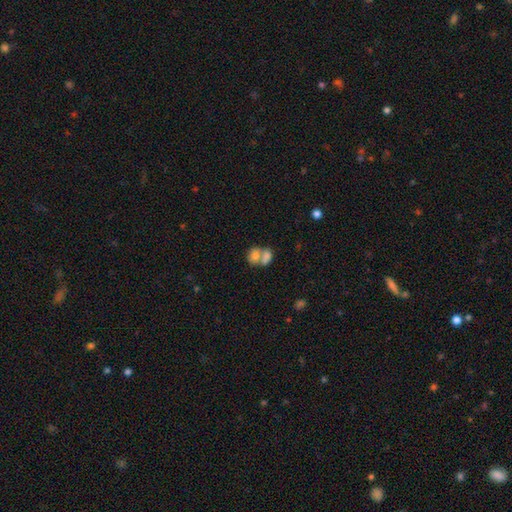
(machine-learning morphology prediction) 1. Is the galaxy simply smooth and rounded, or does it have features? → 73% smooth, 19% featured or disk, 9% star or artifact.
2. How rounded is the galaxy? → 60% in between, 38% round, 1% cigar-shaped.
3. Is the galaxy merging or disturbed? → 70% merger, 20% none, 6% minor disturbance, 4% major disturbance.